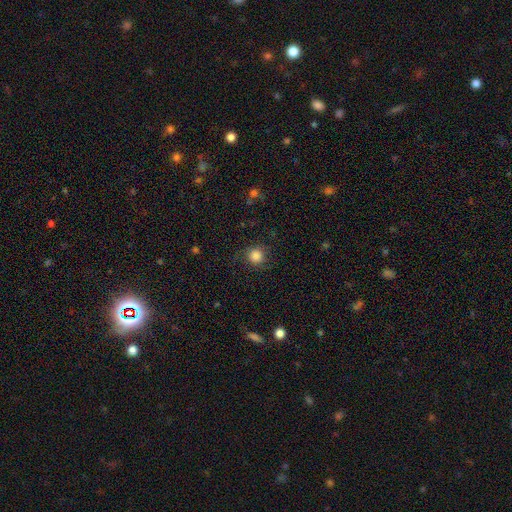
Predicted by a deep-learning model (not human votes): smooth 83%, star or artifact 11%, featured or disk 6%. Down the decision tree: how rounded — round (93%); merging — none (83%).